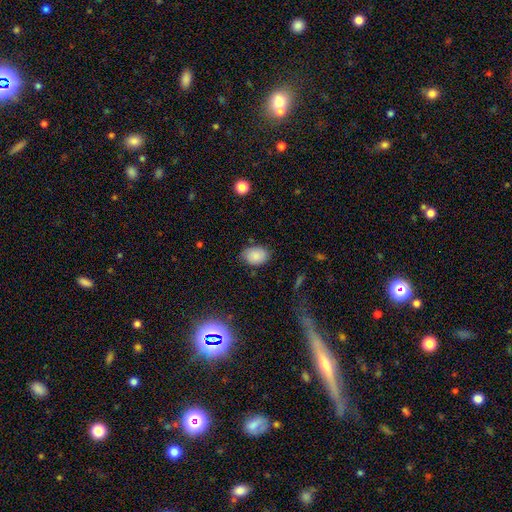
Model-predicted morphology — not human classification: smooth 85%, star or artifact 8%, featured or disk 6%. Down the decision tree: how rounded — in between (81%); merging — none (80%).